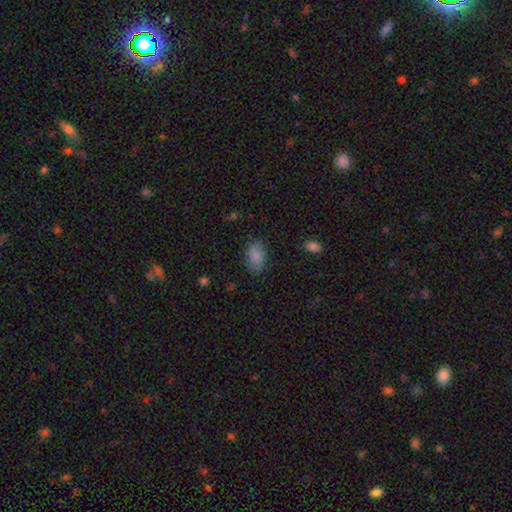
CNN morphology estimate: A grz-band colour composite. It shows a smooth galaxy with no disk features (87%) that is in between round and cigar-shaped (88%). Merging: none (80%).